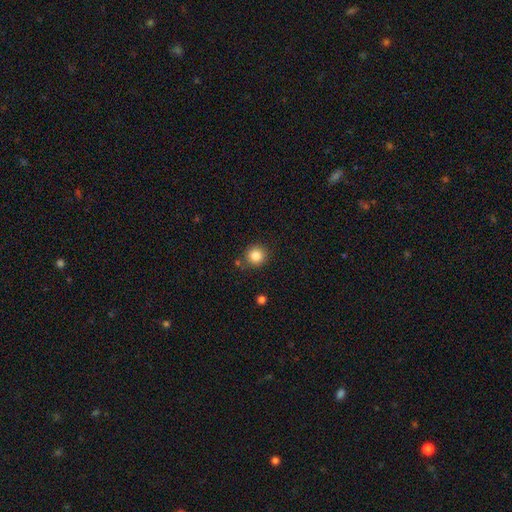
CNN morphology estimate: type=smooth (84%); roundness=round (92%); merging=none (84%).